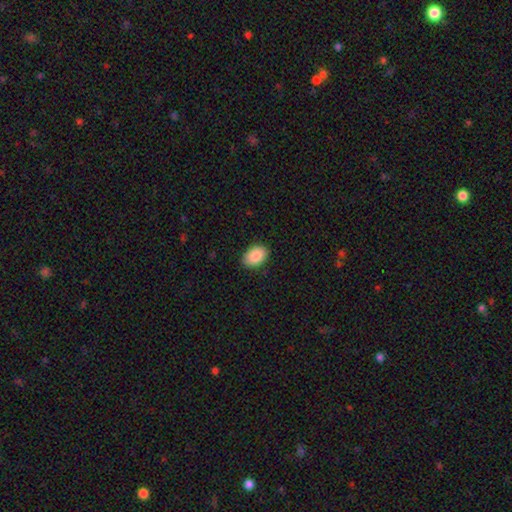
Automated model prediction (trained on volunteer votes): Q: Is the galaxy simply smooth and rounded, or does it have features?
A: smooth — 88%.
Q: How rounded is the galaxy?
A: in between — 87%.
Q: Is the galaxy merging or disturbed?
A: none — 87%.